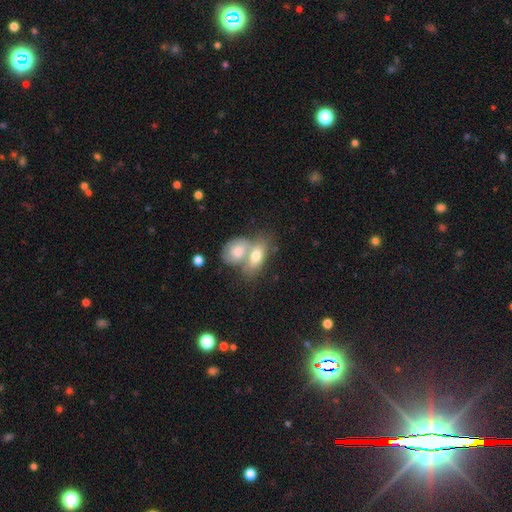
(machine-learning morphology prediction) Smooth or featured: smooth — 69% (featured or disk — 25%)
How rounded: in between — 82% (round — 12%)
Merging: merger — 64% (none — 24%)